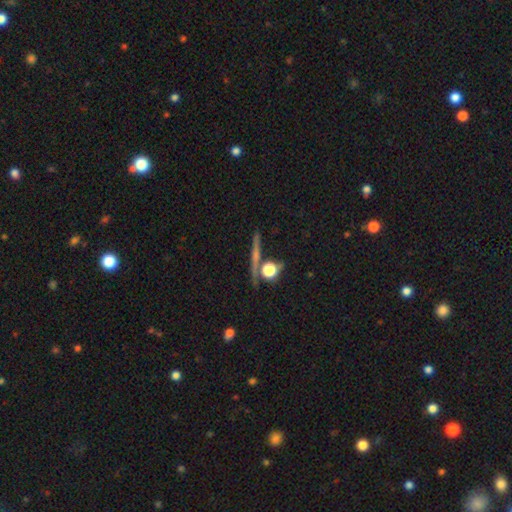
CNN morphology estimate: type=star or artifact (36%).